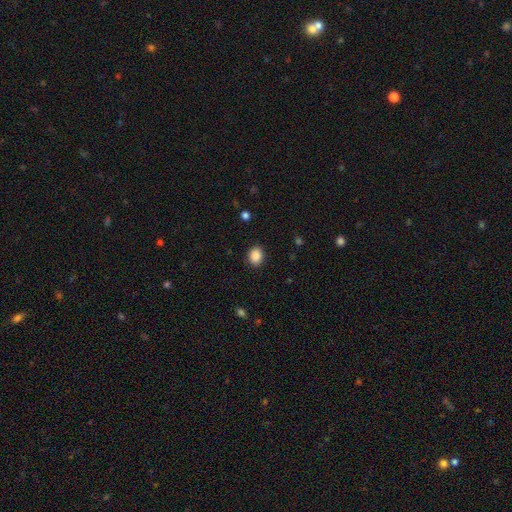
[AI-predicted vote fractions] smooth_or_featured: smooth (p=0.88) [alt: star or artifact p=0.09]
how_rounded: round (p=0.53) [alt: in between p=0.46]
merging: none (p=0.89) [alt: minor disturbance p=0.07]